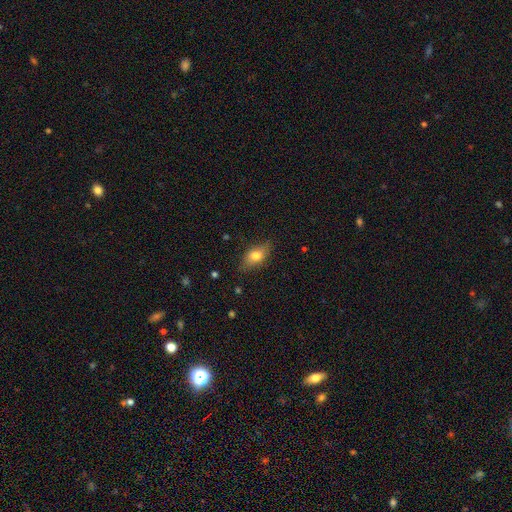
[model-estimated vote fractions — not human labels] smooth 70%, featured or disk 22%, star or artifact 8%. Down the decision tree: how rounded — in between (81%); merging — none (79%).